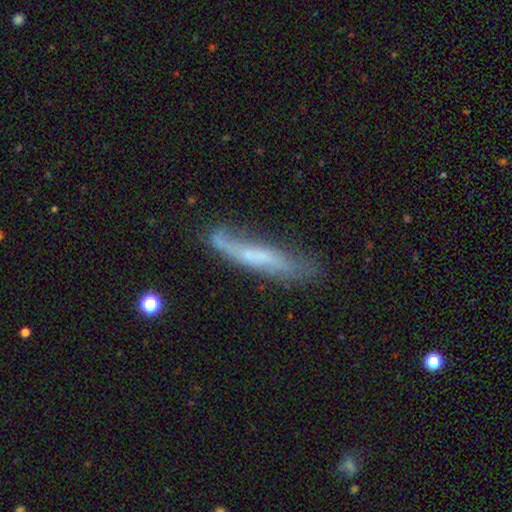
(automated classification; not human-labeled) Smooth or featured? Predicted: featured or disk (p=0.55). Edge-on disk? Predicted: yes (p=0.58). Merging? Predicted: none (p=0.54).